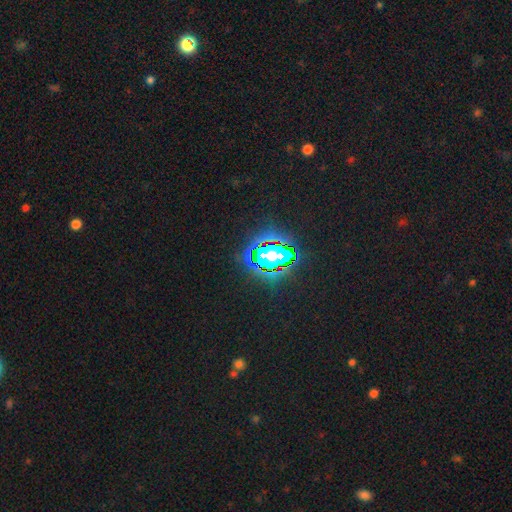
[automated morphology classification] Smooth or featured: star or artifact — 76% (smooth — 14%)